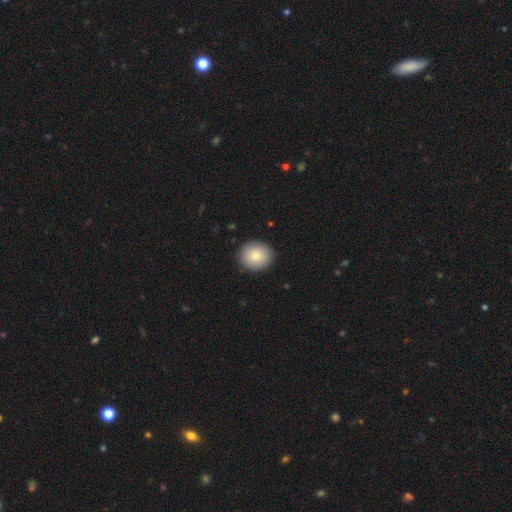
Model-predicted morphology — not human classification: smooth 85%, featured or disk 8%, star or artifact 7%. Down the decision tree: how rounded — round (76%); merging — none (90%).